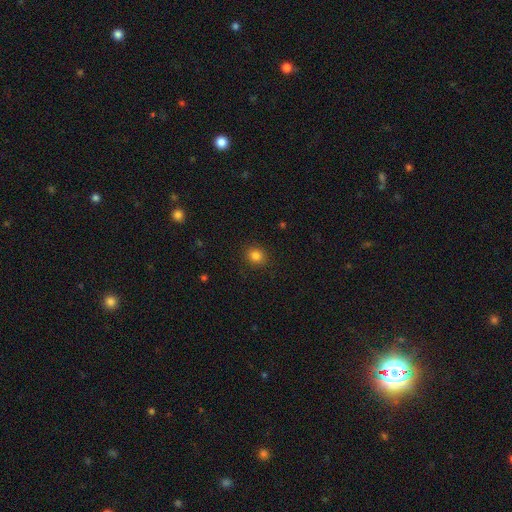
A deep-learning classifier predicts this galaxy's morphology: A smooth galaxy with no disk features (84%) that is round (77%). Merging: none (90%).